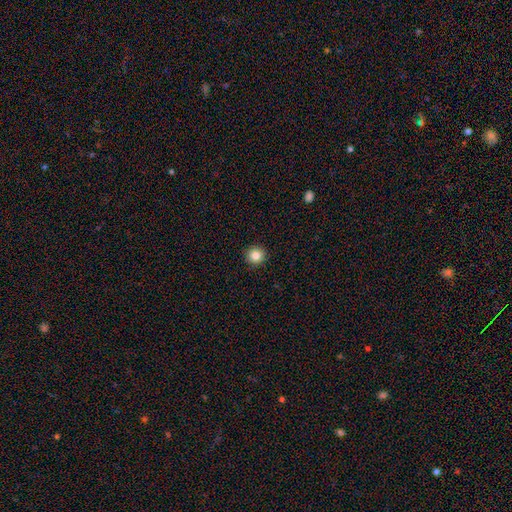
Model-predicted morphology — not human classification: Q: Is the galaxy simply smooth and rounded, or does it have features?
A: smooth — 84%.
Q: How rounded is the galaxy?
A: round — 95%.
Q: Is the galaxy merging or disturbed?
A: none — 93%.